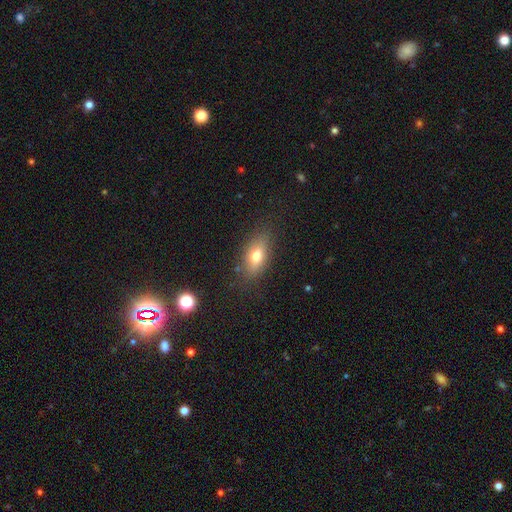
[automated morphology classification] Q: Smooth or featured?
A: smooth (70%); runner-up: featured or disk (20%)
Q: How rounded?
A: in between (80%); runner-up: cigar-shaped (12%)
Q: Merging?
A: none (81%); runner-up: minor disturbance (13%)